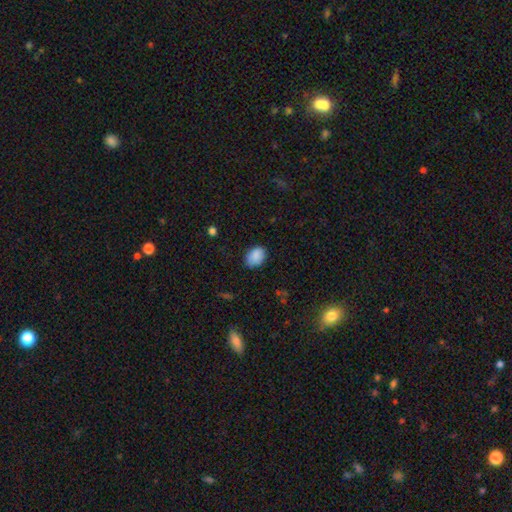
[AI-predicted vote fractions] smooth_or_featured: smooth (p=0.89) [alt: star or artifact p=0.08]
how_rounded: in between (p=0.77) [alt: round p=0.22]
merging: none (p=0.81) [alt: minor disturbance p=0.15]